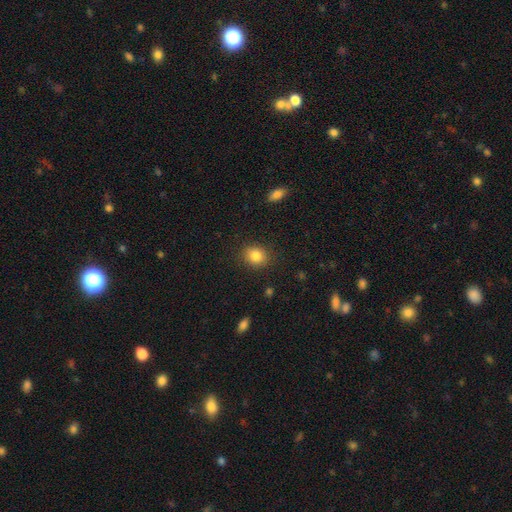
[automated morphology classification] Q: Smooth or featured?
A: smooth (85%); runner-up: star or artifact (10%)
Q: How rounded?
A: round (65%); runner-up: in between (34%)
Q: Merging?
A: none (87%); runner-up: minor disturbance (9%)